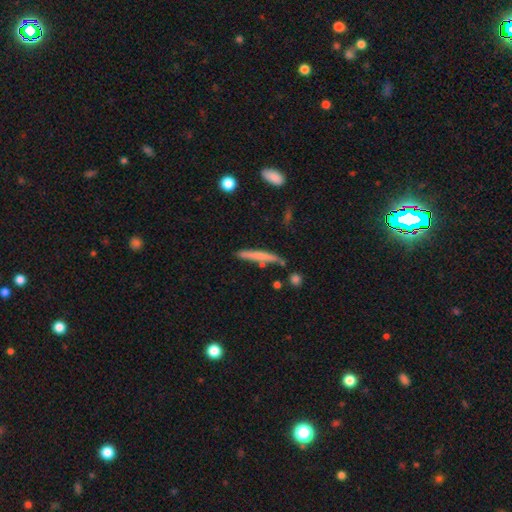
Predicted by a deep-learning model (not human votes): A smooth galaxy with no disk features (57%) that is cigar-shaped (94%).

Vote fractions:
- Smooth or featured? smooth: 57% / featured or disk: 36% / star or artifact: 7%
- How rounded? cigar-shaped: 94% / in between: 4% / round: 2%
- Merging? none: 77% / minor disturbance: 14% / merger: 5% / major disturbance: 3%